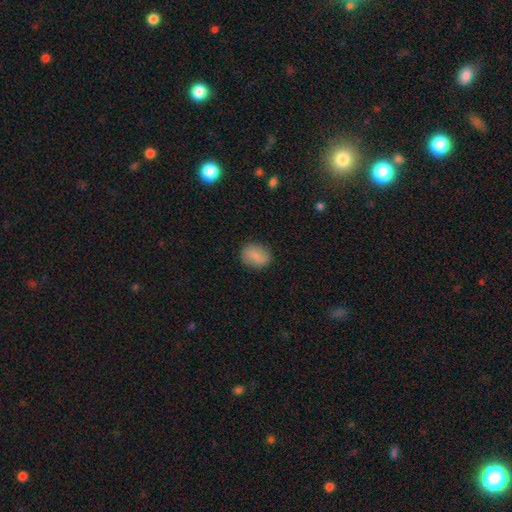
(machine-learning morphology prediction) Smooth or featured: smooth — 86% (star or artifact — 8%)
How rounded: in between — 56% (round — 43%)
Merging: none — 86% (minor disturbance — 11%)